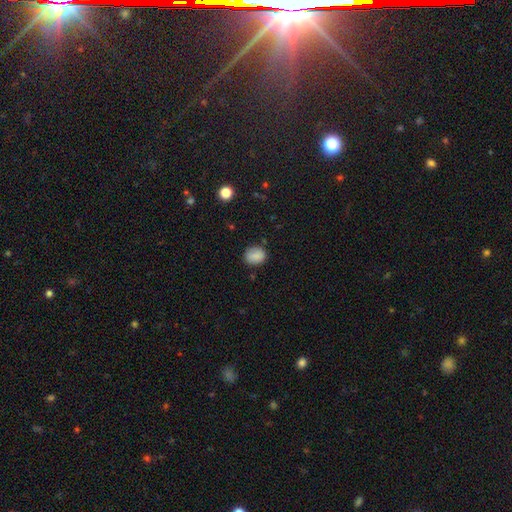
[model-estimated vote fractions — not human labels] Morphology: type=smooth (85%); roundness=round (63%); merging=none (80%).